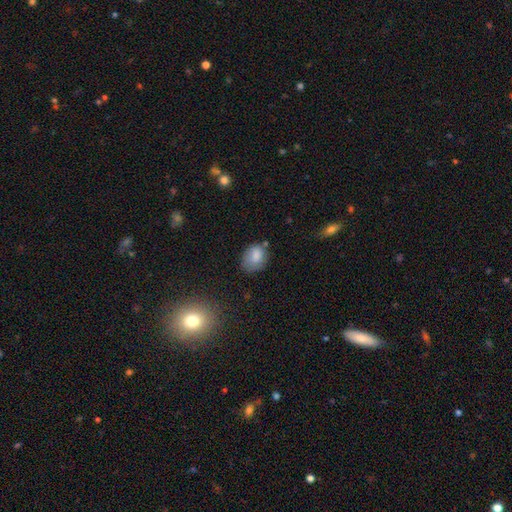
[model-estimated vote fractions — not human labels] Smooth or featured? Predicted: smooth (p=0.81). How rounded? Predicted: in between (p=0.63). Merging? Predicted: none (p=0.59).